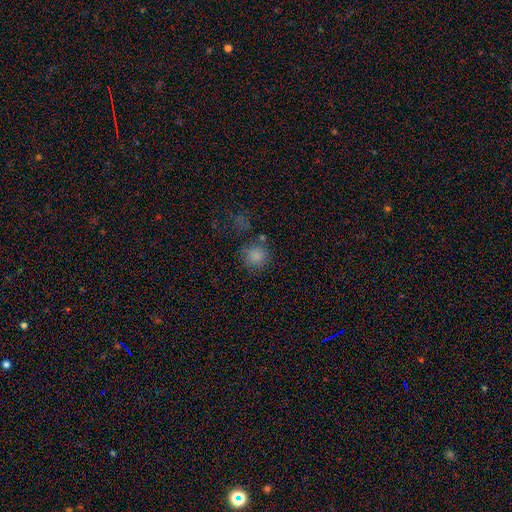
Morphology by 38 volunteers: Volunteers were most divided on "merging": none: 71%, merger: 11%, minor disturbance: 9%, major disturbance: 9%. More confident: how rounded — round (91%); smooth or featured — smooth (87%).